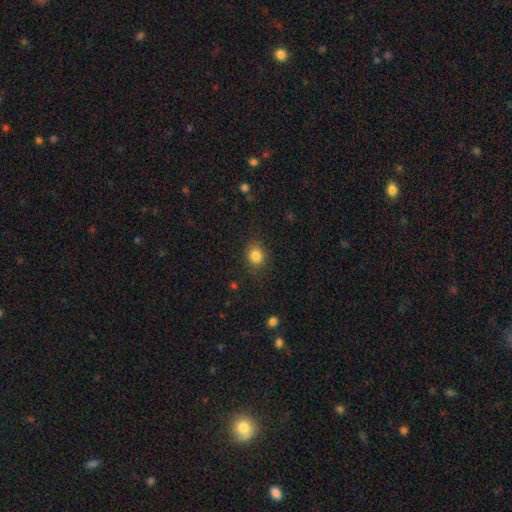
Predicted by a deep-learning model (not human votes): Smooth or featured? Predicted: smooth (p=0.84). How rounded? Predicted: round (p=0.67). Merging? Predicted: none (p=0.85).